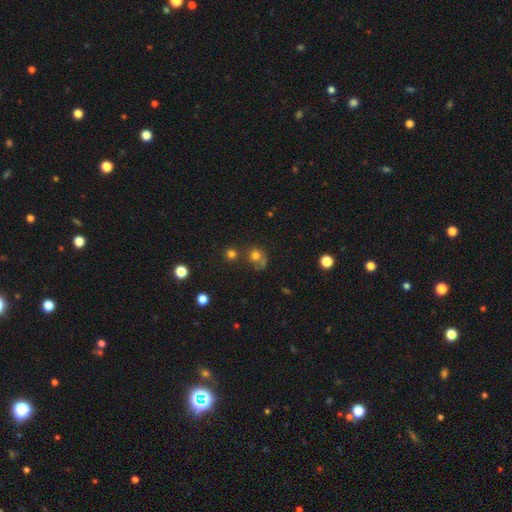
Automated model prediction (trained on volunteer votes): smooth 70%, star or artifact 17%, featured or disk 13%. Down the decision tree: how rounded — round (81%); merging — none (49%).